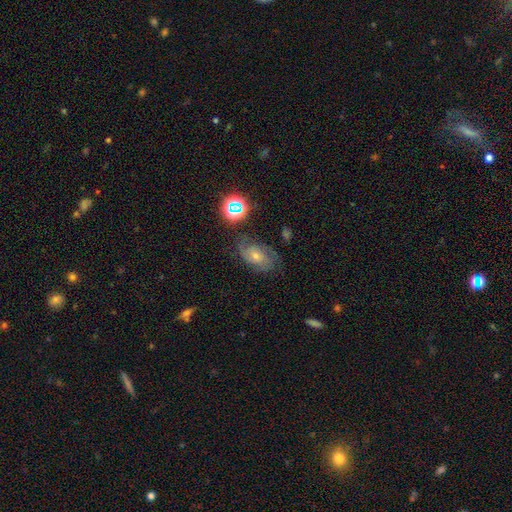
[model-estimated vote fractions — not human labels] Smooth or featured?
  - featured or disk: 61% *
  - smooth: 23%
  - star or artifact: 16%
Edge-on disk?
  - no: 96% *
  - yes: 4%
Bar?
  - no: 69% *
  - weak: 26%
  - strong: 5%
Spiral arms?
  - yes: 89% *
  - no: 11%
Spiral winding?
  - medium: 42% * (tied)
  - tight: 42% * (tied)
  - loose: 15%
Spiral arm count?
  - 2: 45% *
  - can't tell: 28%
  - 3: 14%
  - 1: 6%
  - 4: 4%
  - more than 4: 3%
Bulge size?
  - small: 48% *
  - moderate: 44%
  - large: 3%
  - none: 3%
  - dominant: 1%
Merging?
  - none: 63% *
  - minor disturbance: 23%
  - major disturbance: 12%
  - merger: 3%